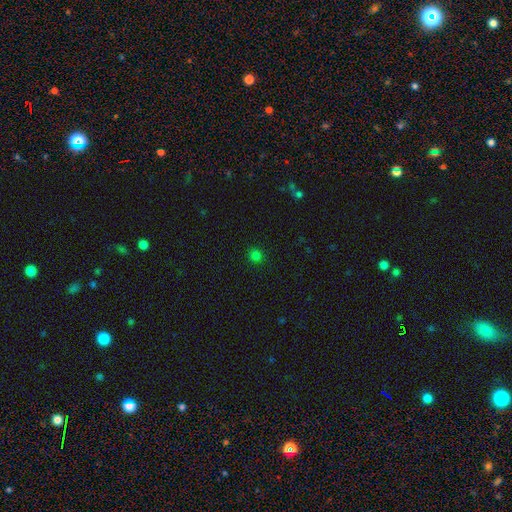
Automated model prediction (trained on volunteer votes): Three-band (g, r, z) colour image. It shows a smooth galaxy with no disk features (78%) that is round (88%). Merging: none (90%).